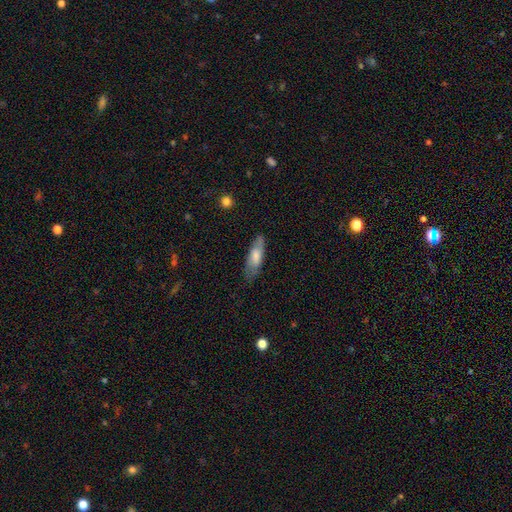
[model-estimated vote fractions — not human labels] A smooth galaxy with no disk features (67%) that is in between round and cigar-shaped (53%). Merging: none (70%).